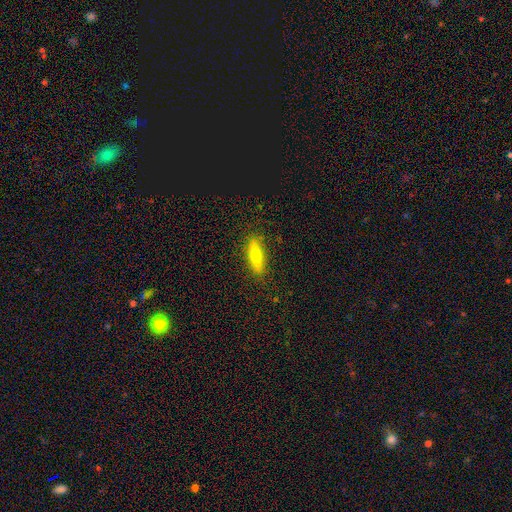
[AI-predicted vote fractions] This appears to be a smooth galaxy with no disk features (58%) that is cigar-shaped (67%). Merging: none (88%).